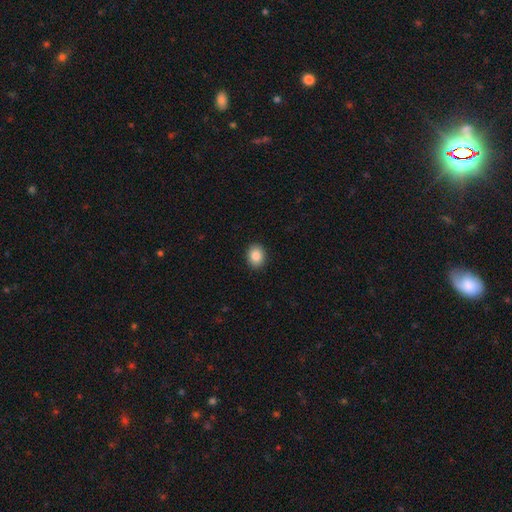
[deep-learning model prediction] smooth 88%, star or artifact 8%, featured or disk 4%. Down the decision tree: how rounded — in between (54%); merging — none (91%).